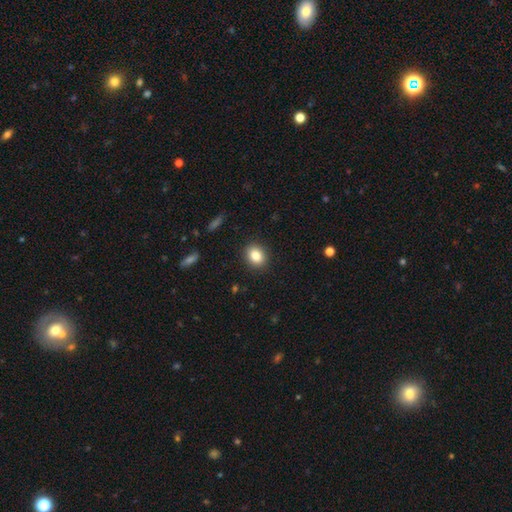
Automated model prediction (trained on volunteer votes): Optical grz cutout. It shows a smooth galaxy with no disk features (84%) that is round (54%). Merging: none (90%).